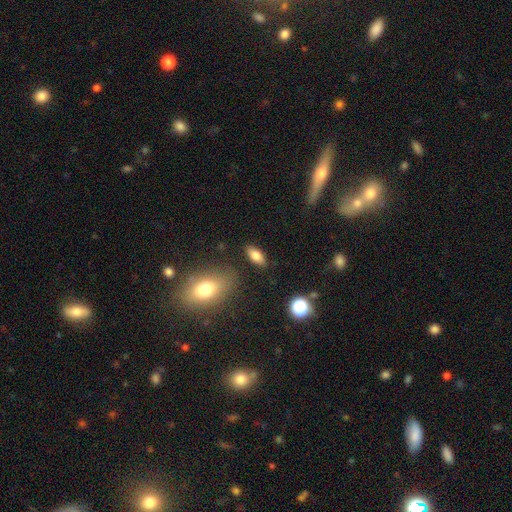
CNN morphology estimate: A smooth galaxy with no disk features (80%) that is in between round and cigar-shaped (85%). Merging: none (86%).